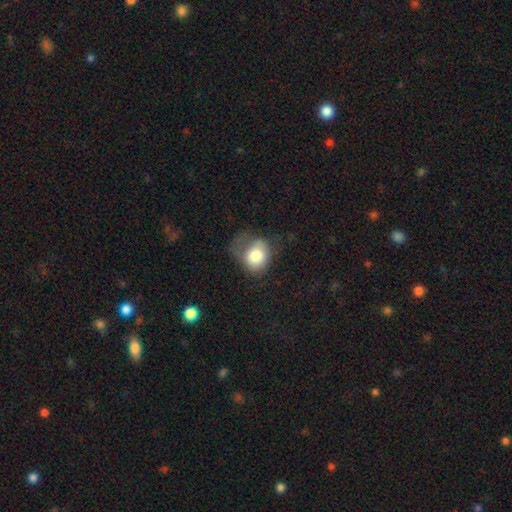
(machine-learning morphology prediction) This is likely a smooth galaxy (78%). How rounded: possibly round (57%). Merging: marginally major disturbance (36%).